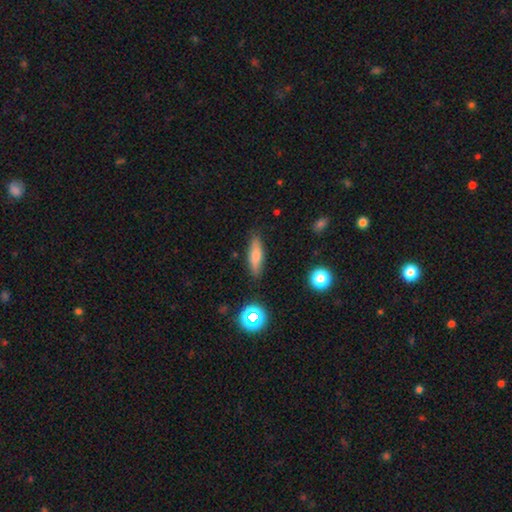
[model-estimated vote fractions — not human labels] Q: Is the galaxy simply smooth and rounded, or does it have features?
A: smooth — 67%.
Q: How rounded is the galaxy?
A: cigar-shaped — 59%.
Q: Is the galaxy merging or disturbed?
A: none — 86%.